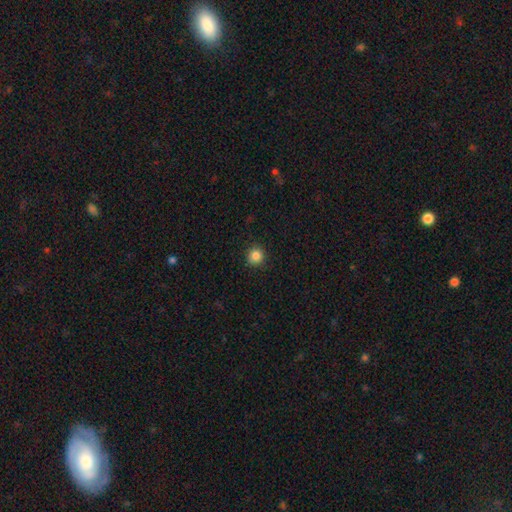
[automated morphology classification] type=smooth (84%); roundness=round (93%); merging=none (91%).